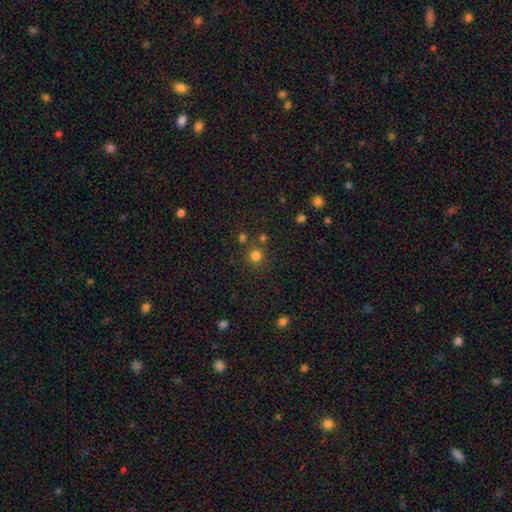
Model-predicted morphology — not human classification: type=smooth (78%); roundness=round (93%); merging=none (78%).